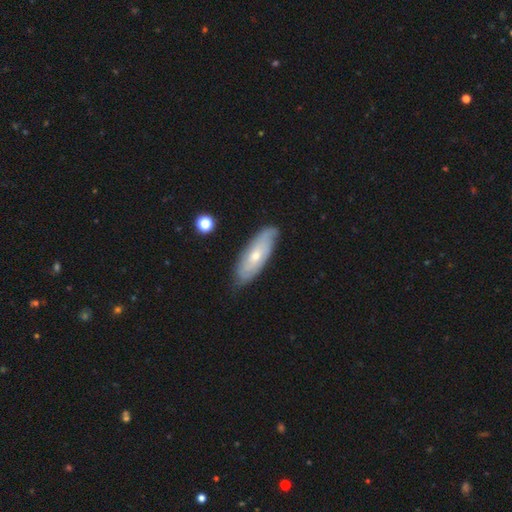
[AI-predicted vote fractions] Smooth or featured: featured or disk — 51% (smooth — 43%)
Edge-on disk: no — 74% (yes — 26%)
Merging: none — 79% (minor disturbance — 17%)